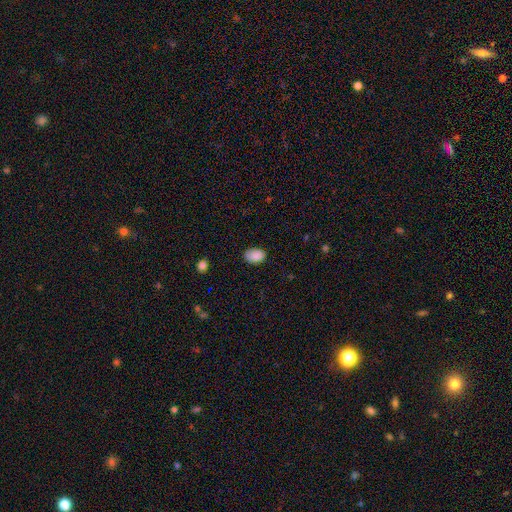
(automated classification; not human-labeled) smooth_or_featured: smooth (p=0.88) [alt: star or artifact p=0.07]
how_rounded: in between (p=0.86) [alt: round p=0.13]
merging: none (p=0.79) [alt: minor disturbance p=0.17]